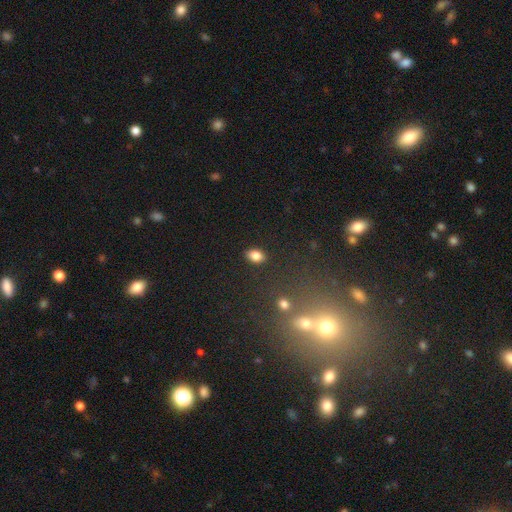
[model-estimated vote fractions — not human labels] Smooth or featured? Predicted: smooth (p=0.84). How rounded? Predicted: in between (p=0.82). Merging? Predicted: none (p=0.88).